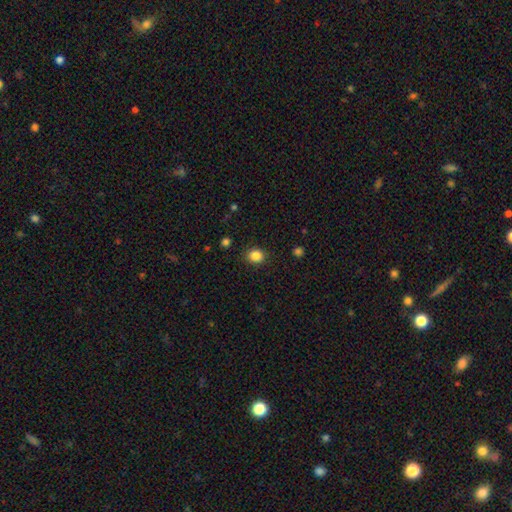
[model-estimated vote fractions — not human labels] A smooth galaxy with no disk features (85%) that is round (71%). Merging: none (89%).